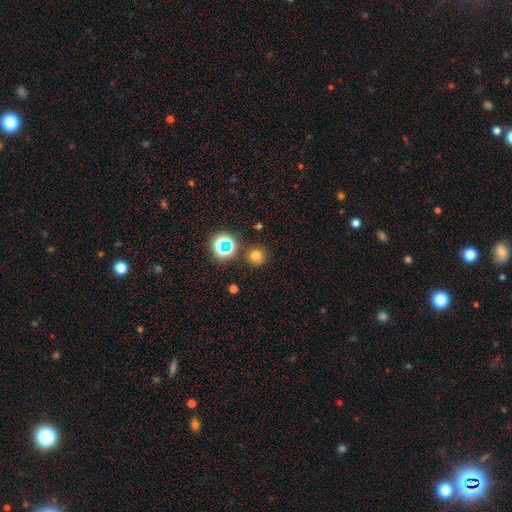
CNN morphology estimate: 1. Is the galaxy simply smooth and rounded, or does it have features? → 70% smooth, 23% star or artifact, 7% featured or disk.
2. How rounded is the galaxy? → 93% round, 6% in between, 1% cigar-shaped.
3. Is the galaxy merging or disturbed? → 84% none, 8% minor disturbance, 5% merger, 3% major disturbance.